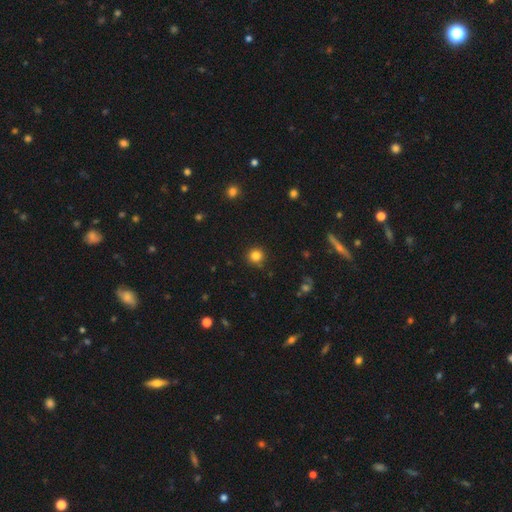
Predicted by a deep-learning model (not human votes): Smooth or featured? Predicted: smooth (p=0.83). How rounded? Predicted: round (p=0.95). Merging? Predicted: none (p=0.89).